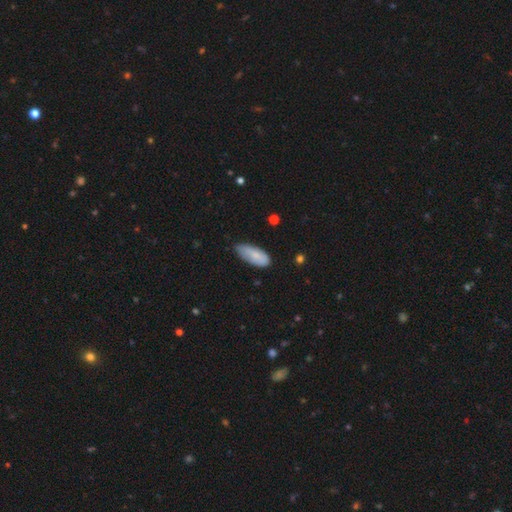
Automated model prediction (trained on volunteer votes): Smooth or featured?
  - smooth: 80% *
  - featured or disk: 14%
  - star or artifact: 6%
How rounded?
  - in between: 82% *
  - cigar-shaped: 17%
  - round: 2%
Merging?
  - none: 60% *
  - minor disturbance: 33%
  - major disturbance: 5%
  - merger: 2%